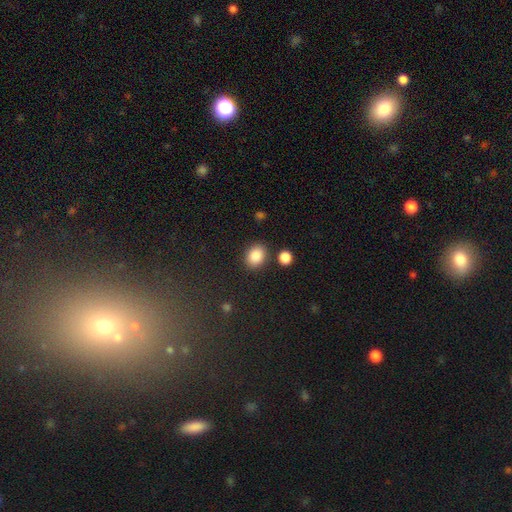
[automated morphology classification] This is clearly a smooth galaxy (87%). How rounded: possibly in between (58%). Merging: clearly none (83%).